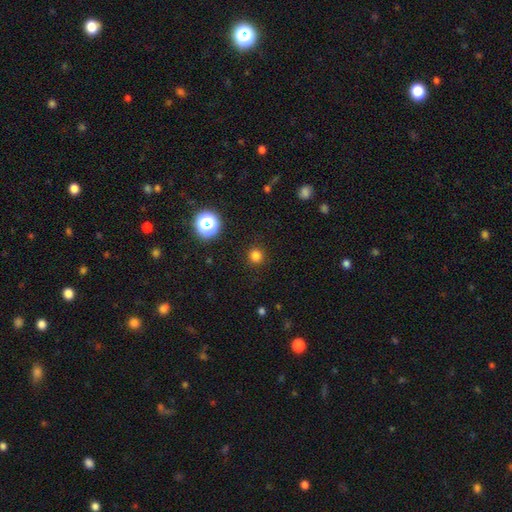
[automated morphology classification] smooth_or_featured: smooth (p=0.79) [alt: star or artifact p=0.17]
how_rounded: round (p=0.94) [alt: in between p=0.05]
merging: none (p=0.91) [alt: minor disturbance p=0.05]